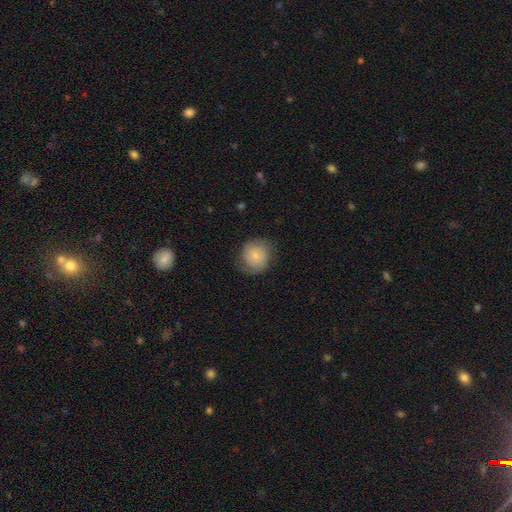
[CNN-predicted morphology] smooth-or-featured: smooth: 67% | featured or disk: 26% | star or artifact: 7%
  how-rounded: round: 85% | in between: 14% | cigar-shaped: 1%
  merging: none: 71% | minor disturbance: 20% | major disturbance: 8% | merger: 1%